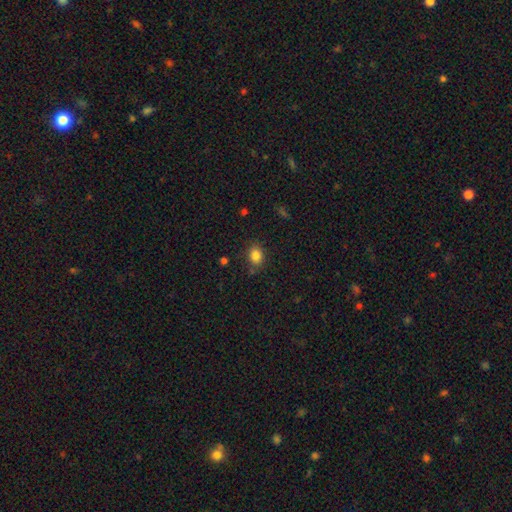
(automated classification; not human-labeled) Smooth or featured? smooth (84%)
How rounded? in between (60%)
Merging? none (81%)